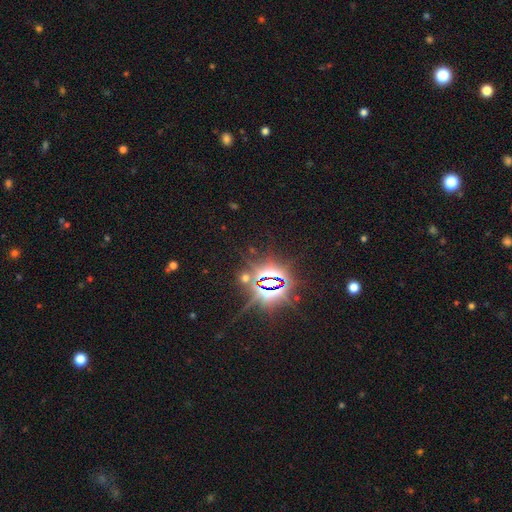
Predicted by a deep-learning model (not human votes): smooth-or-featured: star or artifact: 86% | smooth: 8% | featured or disk: 6%